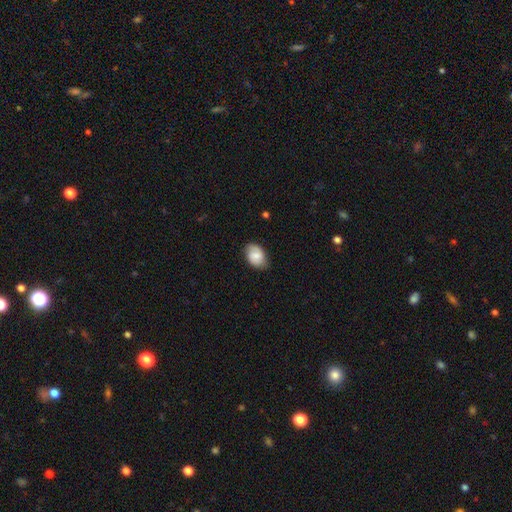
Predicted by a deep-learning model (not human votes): smooth_or_featured: smooth (p=0.75) [alt: featured or disk p=0.18]
how_rounded: in between (p=0.83) [alt: round p=0.16]
merging: none (p=0.77) [alt: minor disturbance p=0.18]